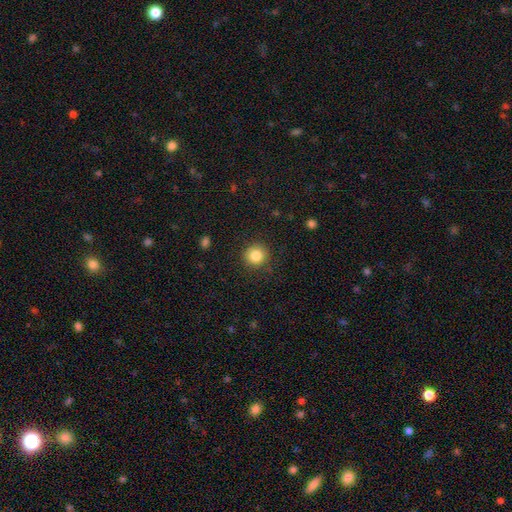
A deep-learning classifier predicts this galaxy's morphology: smooth 84%, star or artifact 10%, featured or disk 6%. Down the decision tree: how rounded — round (92%); merging — none (89%).